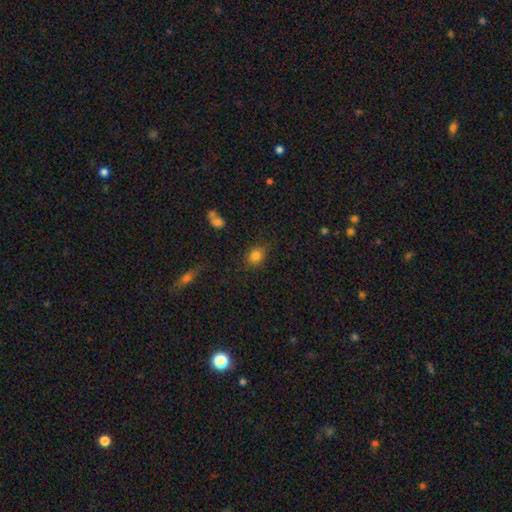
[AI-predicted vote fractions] A smooth galaxy with no disk features (83%) that is round (53%). Merging: none (81%).